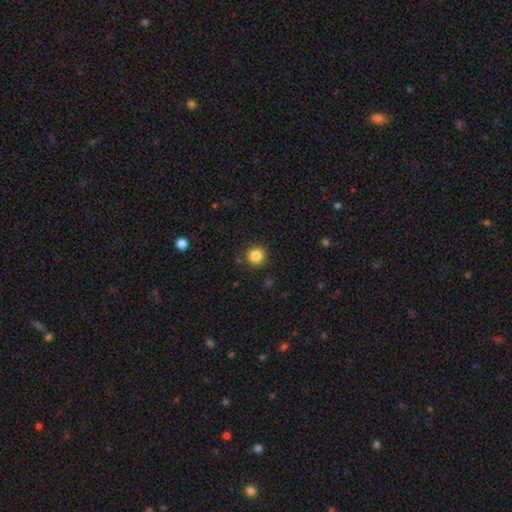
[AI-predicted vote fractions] The model was most divided on "smooth or featured": smooth: 85%, star or artifact: 11%, featured or disk: 5%. More confident: how rounded — round (94%); merging — none (89%).